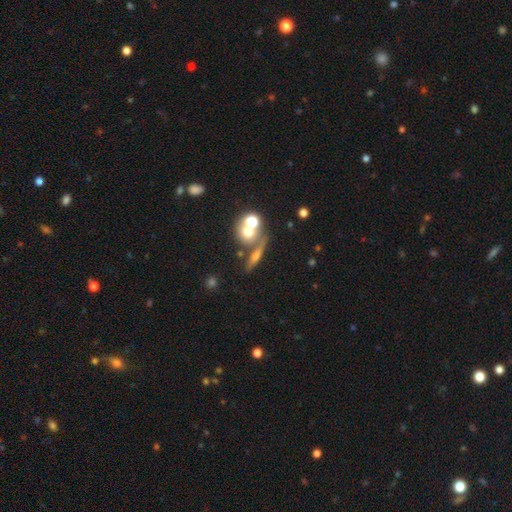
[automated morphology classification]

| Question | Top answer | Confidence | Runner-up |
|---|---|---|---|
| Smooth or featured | smooth | 41% | tied: featured or disk (41%) |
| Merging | none | 55% | merger (28%) |